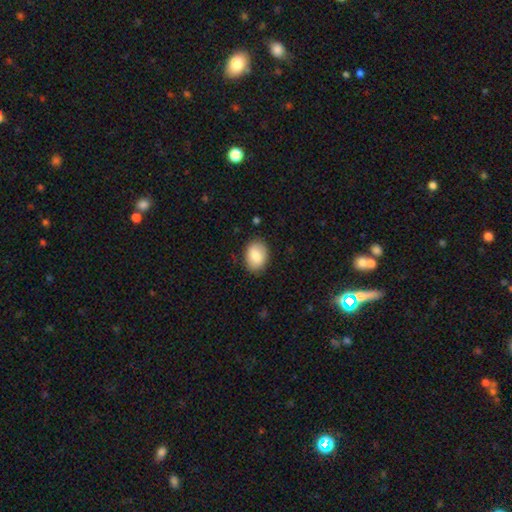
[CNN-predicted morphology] type=smooth (82%); roundness=in between (77%); merging=none (84%).